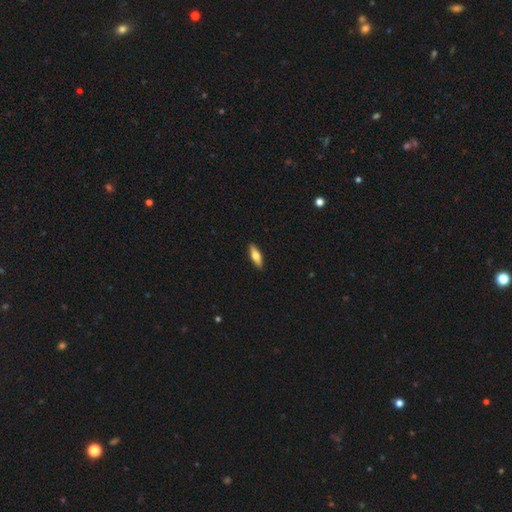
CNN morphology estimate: Smooth or featured? smooth (68%)
How rounded? in between (55%)
Merging? none (91%)